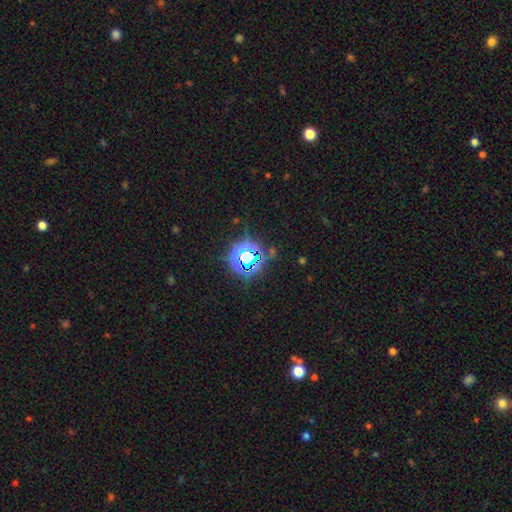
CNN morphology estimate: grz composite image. It shows a star or artifact, not a galaxy (78%).